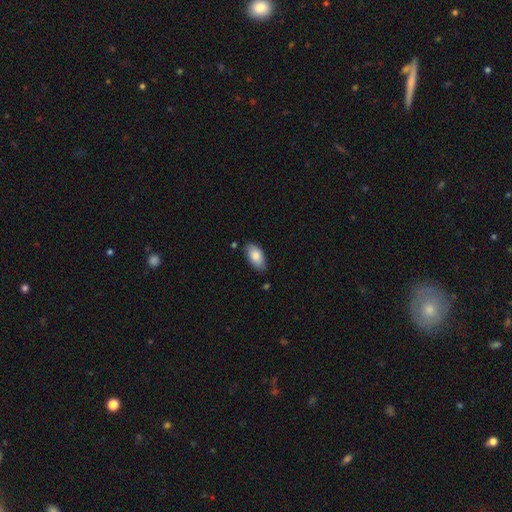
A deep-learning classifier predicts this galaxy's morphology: Smooth or featured? smooth (84%)
How rounded? in between (94%)
Merging? none (80%)